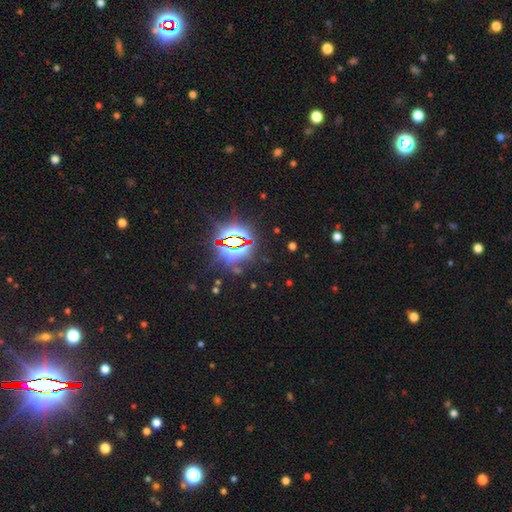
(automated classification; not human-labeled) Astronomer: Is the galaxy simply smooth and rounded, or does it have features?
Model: star or artifact — 84%.